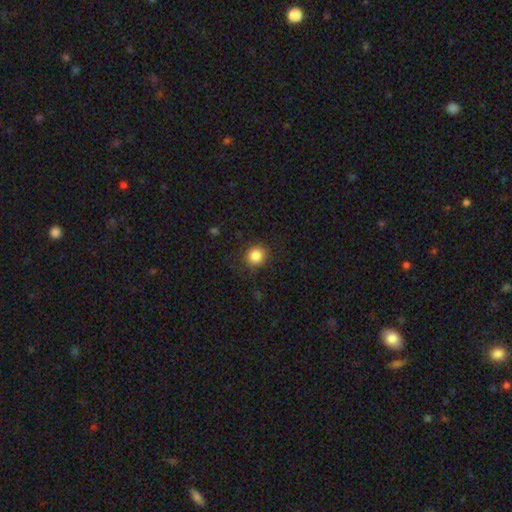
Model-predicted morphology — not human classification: This is clearly a smooth galaxy (85%). How rounded: clearly round (89%). Merging: clearly none (87%).